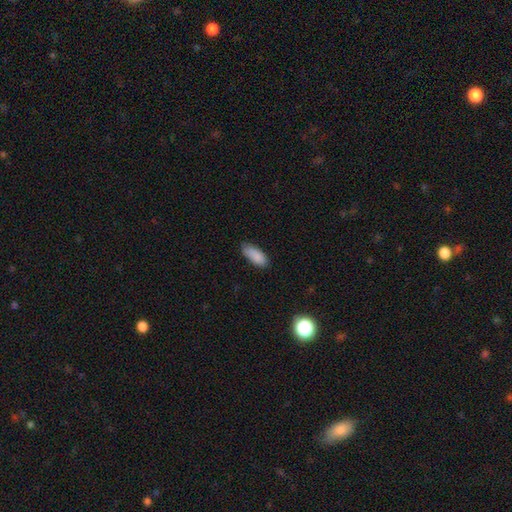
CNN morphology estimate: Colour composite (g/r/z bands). It shows a smooth galaxy with no disk features (88%) that is in between round and cigar-shaped (81%). Merging: none (76%).